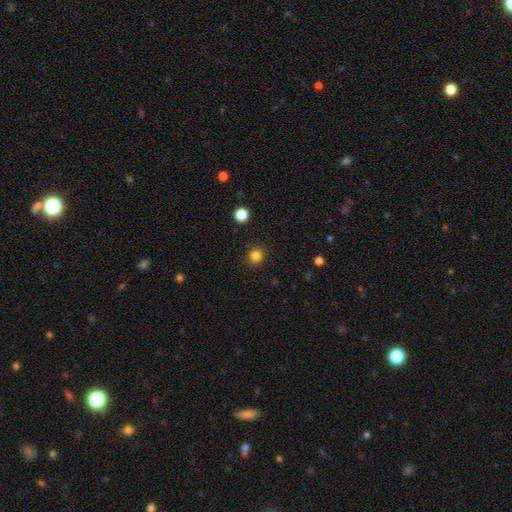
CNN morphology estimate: Smooth or featured: smooth — 83% (star or artifact — 13%)
How rounded: round — 91% (in between — 8%)
Merging: none — 92% (minor disturbance — 5%)